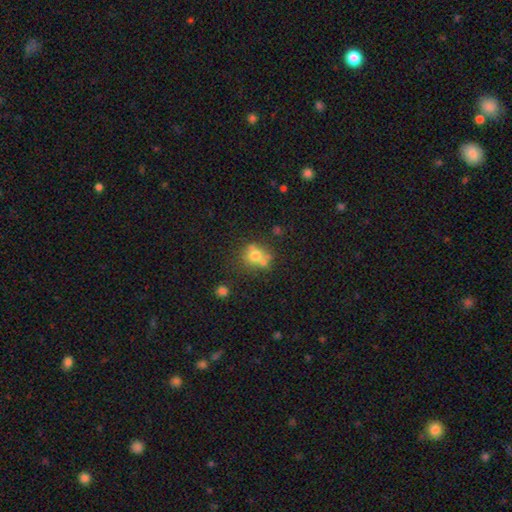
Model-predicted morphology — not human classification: Overall: smooth (67%). How rounded: round (77%). Merging: none (46%; merger 34%).